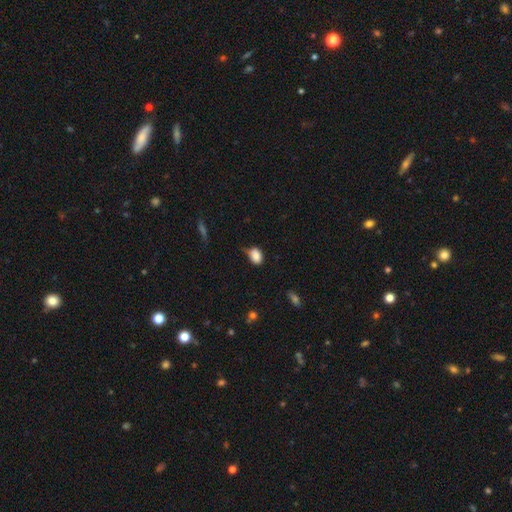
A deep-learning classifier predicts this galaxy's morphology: Smooth or featured? Predicted: smooth (p=0.85). How rounded? Predicted: in between (p=0.74). Merging? Predicted: none (p=0.50).